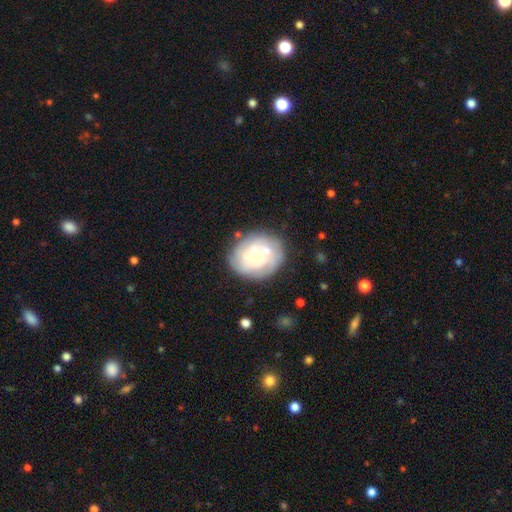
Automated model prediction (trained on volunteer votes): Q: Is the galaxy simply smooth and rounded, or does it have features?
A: featured or disk — 49%.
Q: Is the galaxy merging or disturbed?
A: none — 69%.